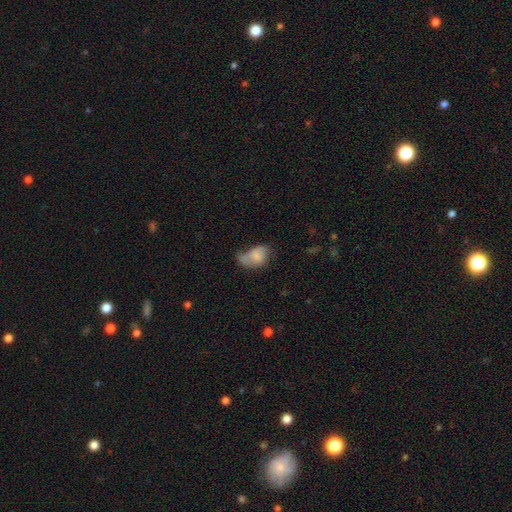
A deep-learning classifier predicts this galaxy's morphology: This appears to be a smooth galaxy with no disk features (69%) that is in between round and cigar-shaped (82%). Merging: minor disturbance (30%).